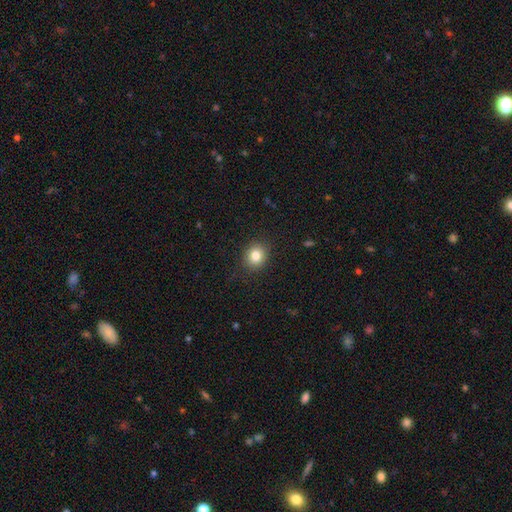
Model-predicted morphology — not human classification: The model was most divided on "how rounded": round: 73%, in between: 27%, cigar-shaped: 1%. More confident: merging — none (88%); smooth or featured — smooth (82%).